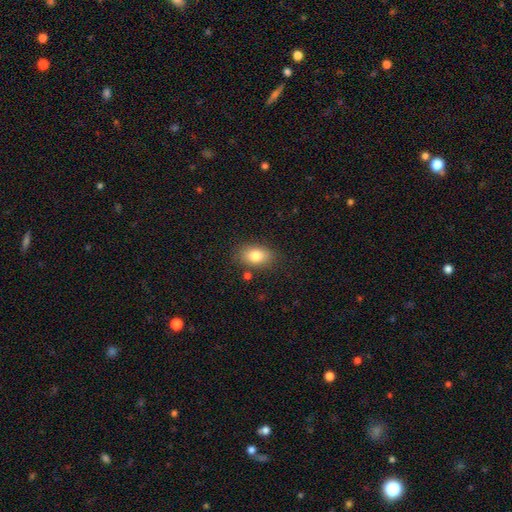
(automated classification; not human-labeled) Smooth or featured? smooth (81%)
How rounded? in between (85%)
Merging? none (81%)